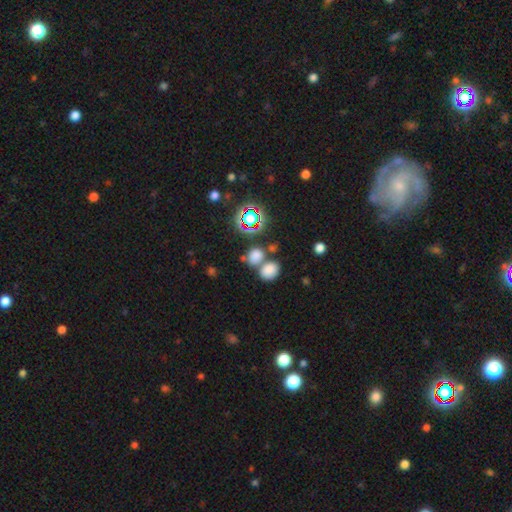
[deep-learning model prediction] This appears to be a smooth galaxy with no disk features (73%) that is round (55%). Merging: none (48%).